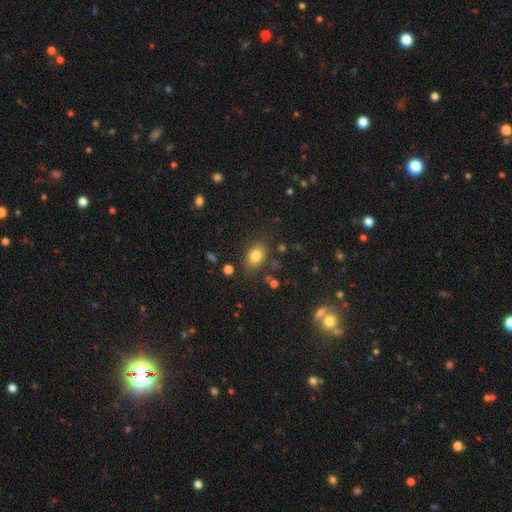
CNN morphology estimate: This is clearly a smooth galaxy (80%). How rounded: clearly in between (80%). Merging: clearly none (82%).